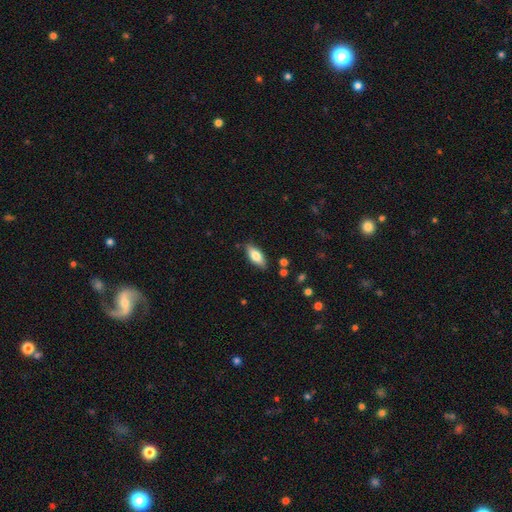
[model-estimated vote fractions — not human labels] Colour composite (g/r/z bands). It shows a smooth galaxy with no disk features (72%) that is in between round and cigar-shaped (81%). Merging: none (84%).